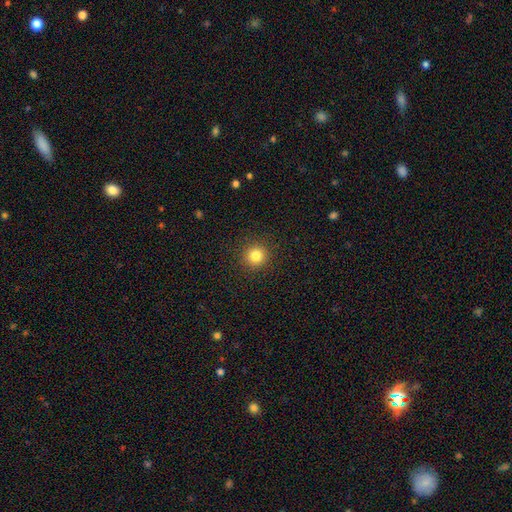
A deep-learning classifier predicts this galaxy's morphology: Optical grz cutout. It shows a smooth galaxy with no disk features (83%) that is round (94%). Merging: none (92%).